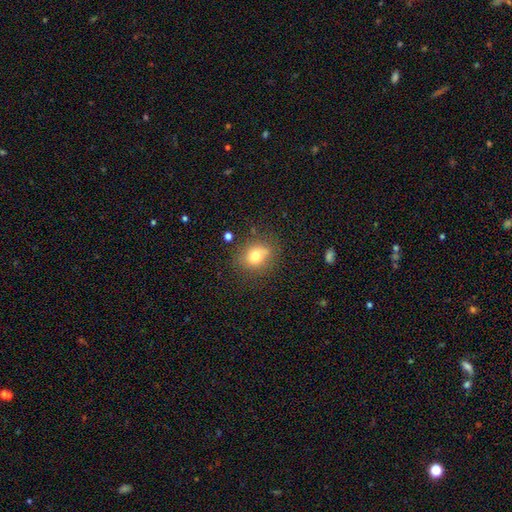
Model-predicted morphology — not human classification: A smooth galaxy with no disk features (74%) that is round (63%).

Vote fractions:
- Smooth or featured? smooth: 74% / featured or disk: 13% / star or artifact: 12%
- How rounded? round: 63% / in between: 35% / cigar-shaped: 1%
- Merging? none: 74% / minor disturbance: 17% / major disturbance: 5% / merger: 4%